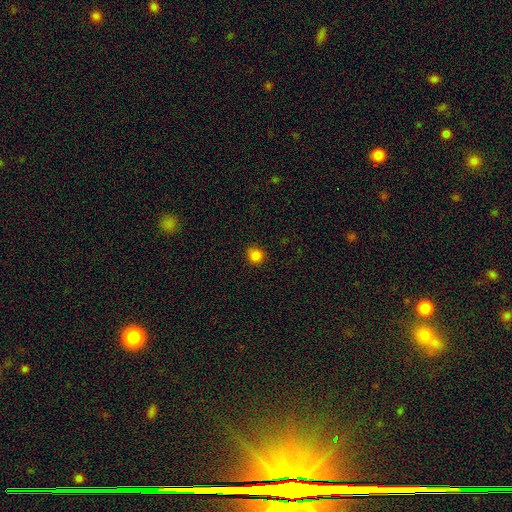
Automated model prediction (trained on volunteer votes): The model was most divided on "smooth or featured": smooth: 83%, star or artifact: 13%, featured or disk: 4%. More confident: merging — none (88%); how rounded — round (87%).